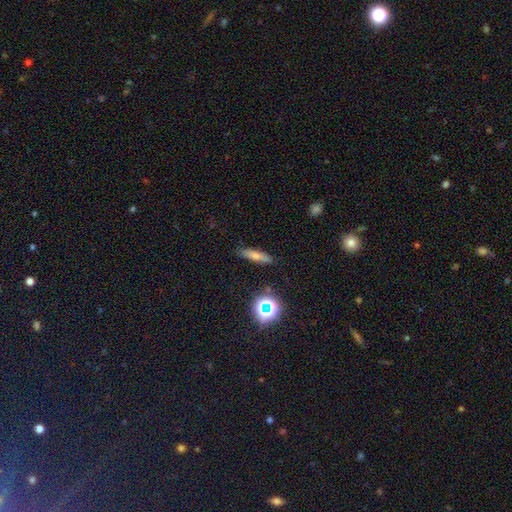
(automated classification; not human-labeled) smooth-or-featured: smooth: 69% | featured or disk: 17% | star or artifact: 14%
  how-rounded: cigar-shaped: 71% | in between: 24% | round: 5%
  merging: none: 85% | minor disturbance: 10% | major disturbance: 3% | merger: 2%